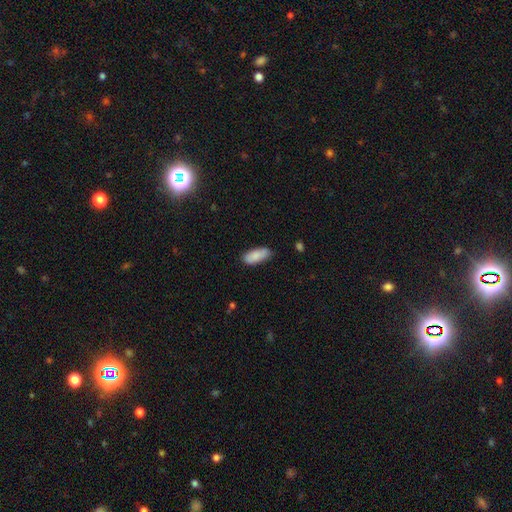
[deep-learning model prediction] This is clearly a smooth galaxy (88%). How rounded: clearly in between (83%). Merging: likely none (78%).